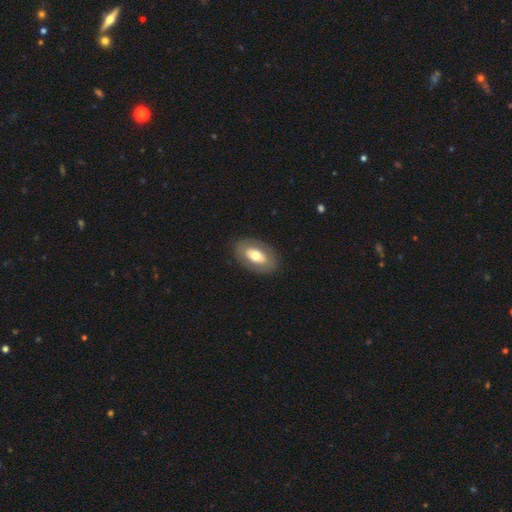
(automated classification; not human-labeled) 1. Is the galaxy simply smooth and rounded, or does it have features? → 56% smooth, 38% featured or disk, 6% star or artifact.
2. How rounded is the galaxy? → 91% in between, 7% round, 2% cigar-shaped.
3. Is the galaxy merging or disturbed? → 85% none, 10% minor disturbance, 4% major disturbance, 1% merger.